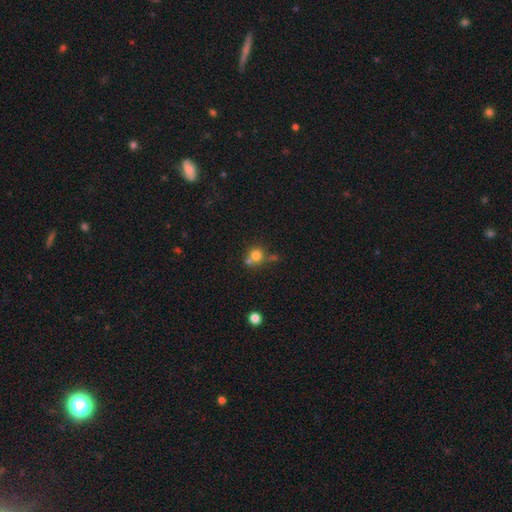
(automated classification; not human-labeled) smooth-or-featured: smooth: 75% | star or artifact: 13% | featured or disk: 11%
  how-rounded: round: 88% | in between: 11% | cigar-shaped: 1%
  merging: none: 50% | merger: 35% | minor disturbance: 10% | major disturbance: 5%